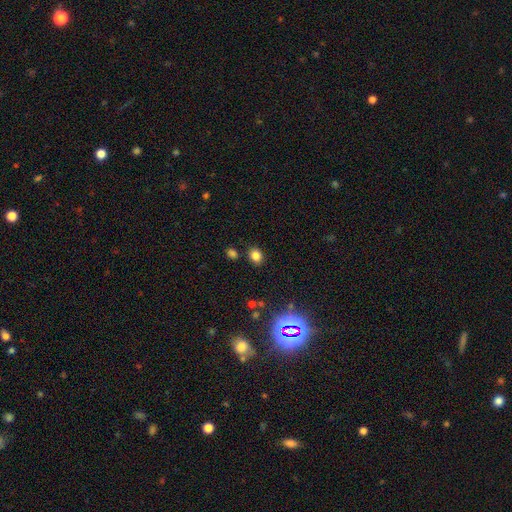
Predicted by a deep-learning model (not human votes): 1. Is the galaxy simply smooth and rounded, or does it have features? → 79% smooth, 15% star or artifact, 6% featured or disk.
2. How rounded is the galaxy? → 50% round, 49% in between, 1% cigar-shaped.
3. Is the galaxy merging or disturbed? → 85% none, 9% minor disturbance, 4% merger, 3% major disturbance.